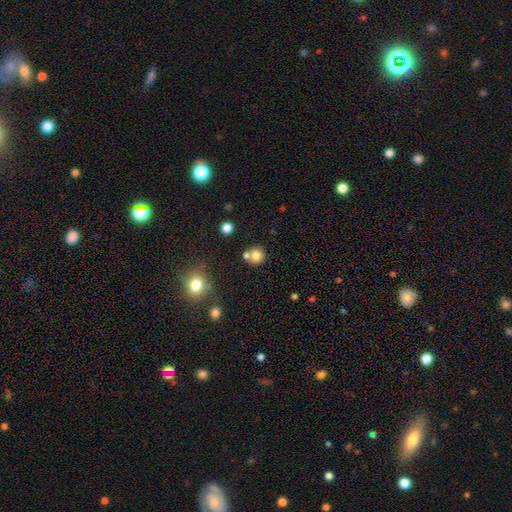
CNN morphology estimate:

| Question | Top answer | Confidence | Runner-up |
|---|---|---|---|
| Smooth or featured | smooth | 78% | star or artifact (12%) |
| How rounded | round | 88% | in between (11%) |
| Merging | none | 61% | merger (27%) |